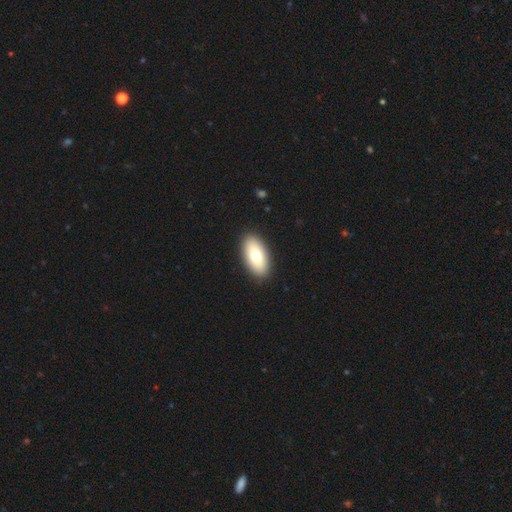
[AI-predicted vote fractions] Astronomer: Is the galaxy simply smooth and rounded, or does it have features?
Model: smooth — 73%.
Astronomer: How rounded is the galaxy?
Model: in between — 93%.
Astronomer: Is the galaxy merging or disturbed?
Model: none — 91%.